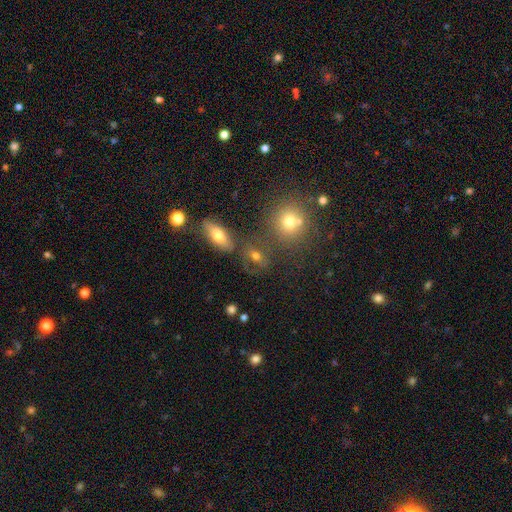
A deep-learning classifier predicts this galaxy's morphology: Smooth or featured? smooth (58%)
How rounded? in between (54%)
Merging? none (60%)